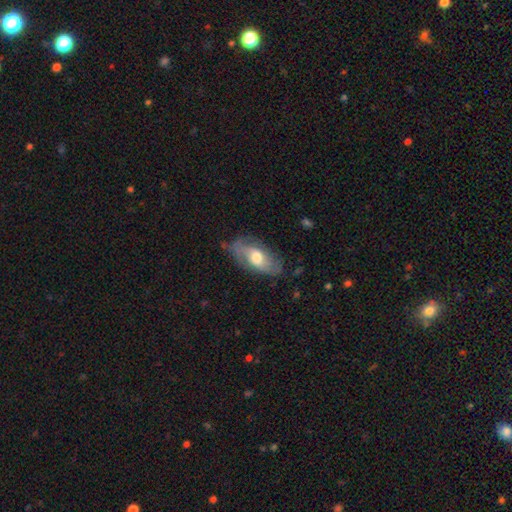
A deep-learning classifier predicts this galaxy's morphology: A featured or disk galaxy (49%). Merging: none (68%).